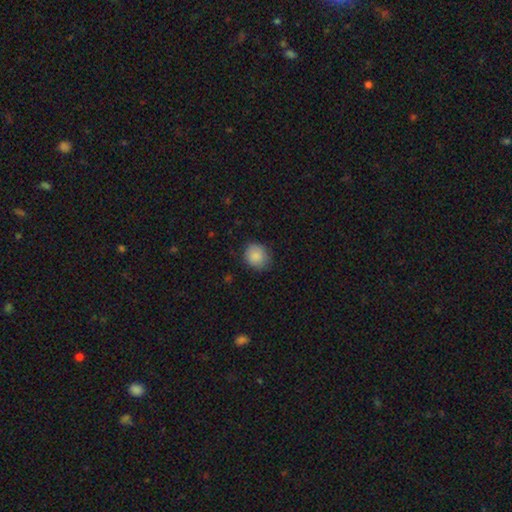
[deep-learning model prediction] This appears to be a smooth galaxy with no disk features (88%) that is round (78%). Merging: none (80%).